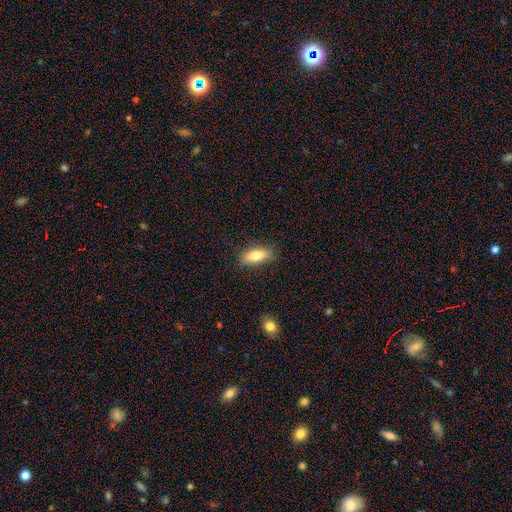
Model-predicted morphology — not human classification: A smooth galaxy with no disk features (81%) that is in between round and cigar-shaped (73%).

Vote fractions:
- Smooth or featured? smooth: 81% / featured or disk: 12% / star or artifact: 7%
- How rounded? in between: 73% / cigar-shaped: 25% / round: 3%
- Merging? none: 82% / minor disturbance: 14% / major disturbance: 3% / merger: 1%